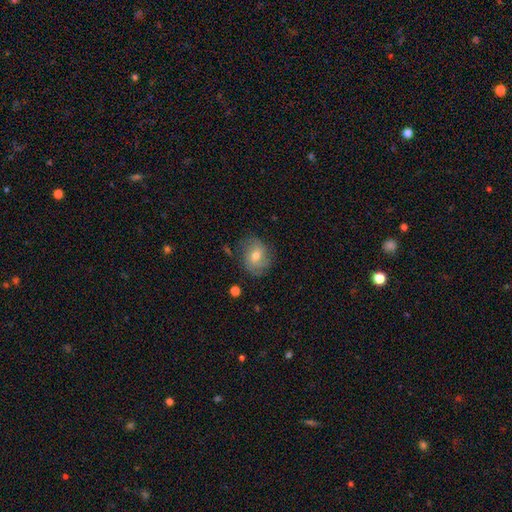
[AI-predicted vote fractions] This is possibly a featured or disk galaxy (45%, tied with smooth). Merging: likely none (73%).